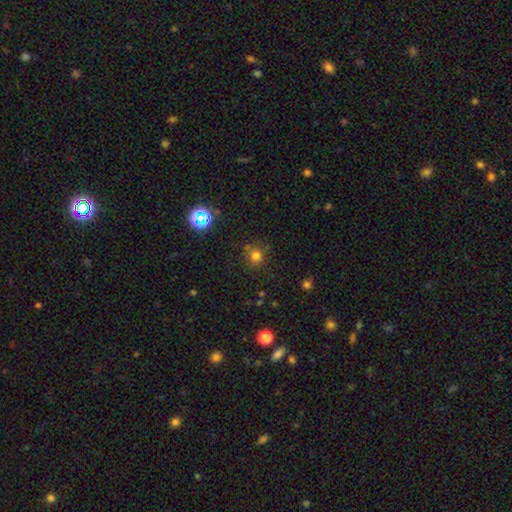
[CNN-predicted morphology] The model was most divided on "smooth or featured": smooth: 72%, star or artifact: 21%, featured or disk: 7%. More confident: how rounded — round (91%); merging — none (80%).